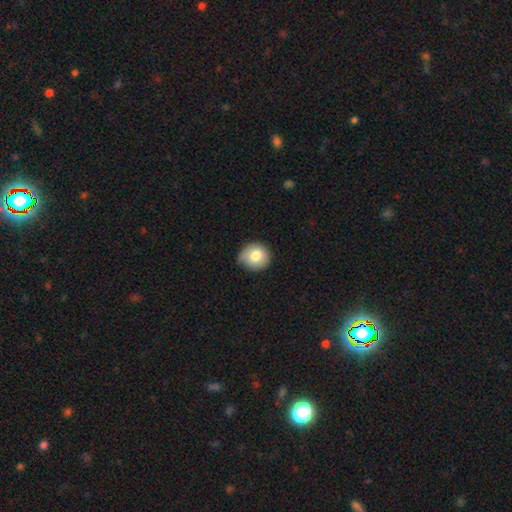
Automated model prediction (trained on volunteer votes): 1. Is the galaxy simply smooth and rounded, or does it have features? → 80% smooth, 12% featured or disk, 8% star or artifact.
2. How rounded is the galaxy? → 84% round, 15% in between, 1% cigar-shaped.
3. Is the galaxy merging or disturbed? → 65% none, 29% minor disturbance, 5% major disturbance, 2% merger.